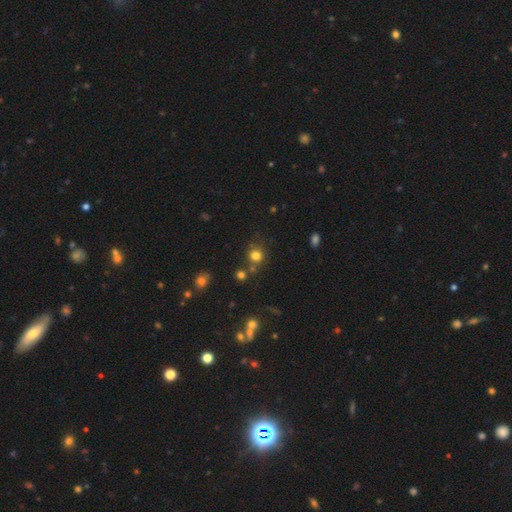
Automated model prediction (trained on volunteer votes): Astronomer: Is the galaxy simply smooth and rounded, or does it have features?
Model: smooth — 77%.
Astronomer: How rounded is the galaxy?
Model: round — 87%.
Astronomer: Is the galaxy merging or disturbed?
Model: none — 71%.